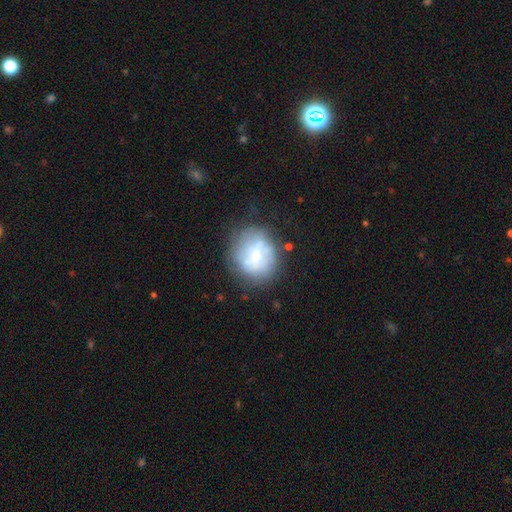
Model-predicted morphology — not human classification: Smooth or featured? Predicted: smooth (p=0.46). Merging? Predicted: none (p=0.66).